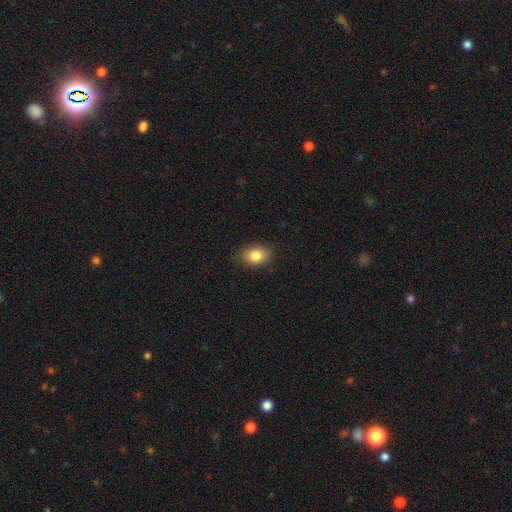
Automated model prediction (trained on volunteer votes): Smooth or featured? Predicted: smooth (p=0.83). How rounded? Predicted: in between (p=0.73). Merging? Predicted: none (p=0.85).